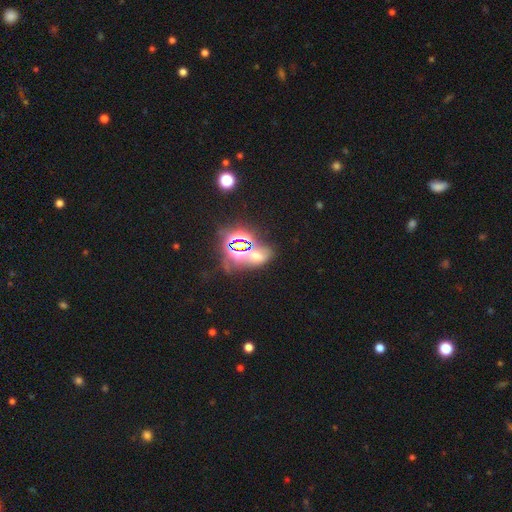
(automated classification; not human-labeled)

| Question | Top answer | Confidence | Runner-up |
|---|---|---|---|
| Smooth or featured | star or artifact | 62% | smooth (24%) |